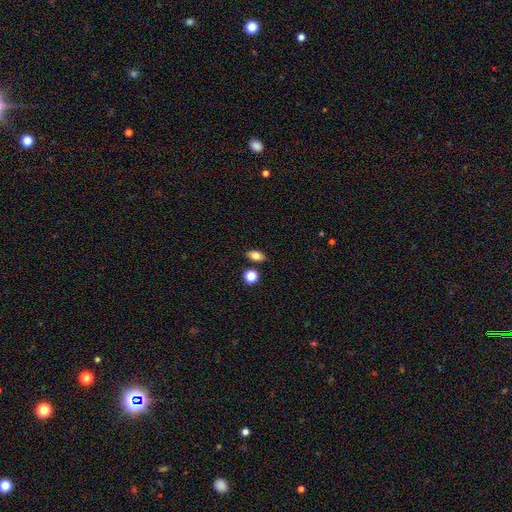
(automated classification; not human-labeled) Overall: smooth (79%). How rounded: in between (83%). Merging: none (84%).